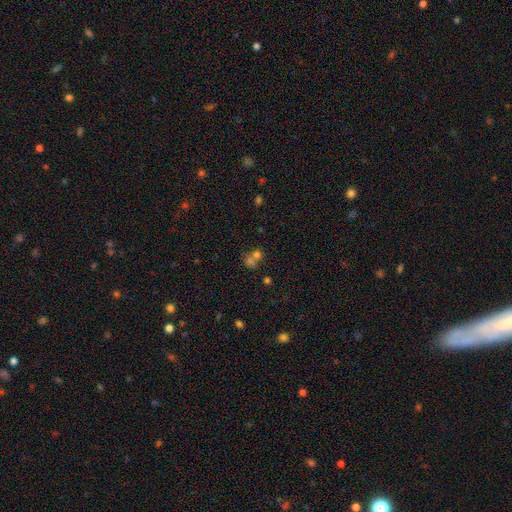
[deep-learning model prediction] Smooth or featured? smooth (53%)
How rounded? round (78%)
Merging? merger (47%)